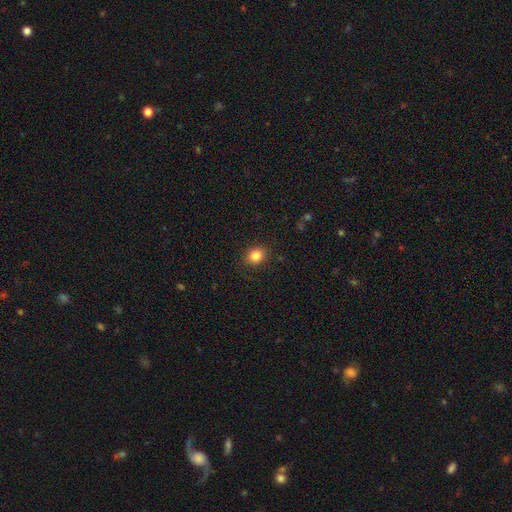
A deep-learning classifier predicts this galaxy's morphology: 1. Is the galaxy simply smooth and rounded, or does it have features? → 83% smooth, 11% star or artifact, 6% featured or disk.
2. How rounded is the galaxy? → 61% round, 38% in between, 1% cigar-shaped.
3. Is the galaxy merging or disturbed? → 89% none, 8% minor disturbance, 2% major disturbance, 1% merger.